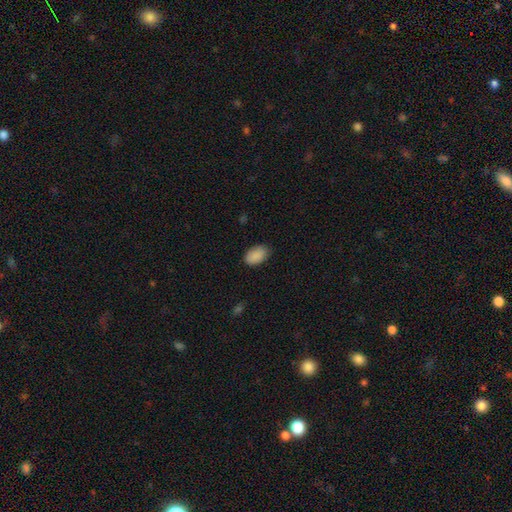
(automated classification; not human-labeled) Q: Smooth or featured?
A: smooth (90%); runner-up: star or artifact (7%)
Q: How rounded?
A: in between (91%); runner-up: round (8%)
Q: Merging?
A: none (80%); runner-up: minor disturbance (16%)